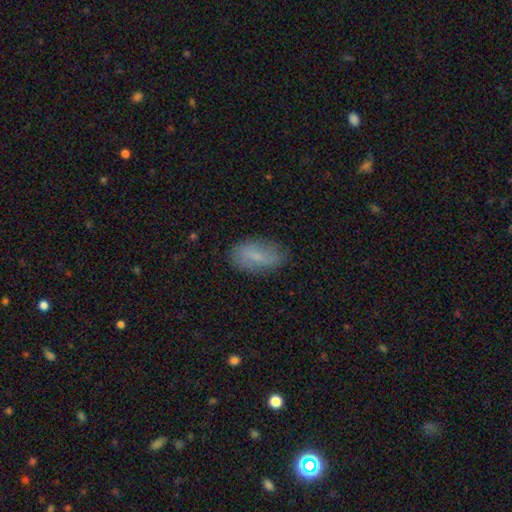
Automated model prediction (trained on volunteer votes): smooth-or-featured: smooth: 67% | featured or disk: 25% | star or artifact: 8%
  how-rounded: in between: 91% | cigar-shaped: 4% | round: 4%
  merging: none: 78% | minor disturbance: 16% | major disturbance: 4% | merger: 1%